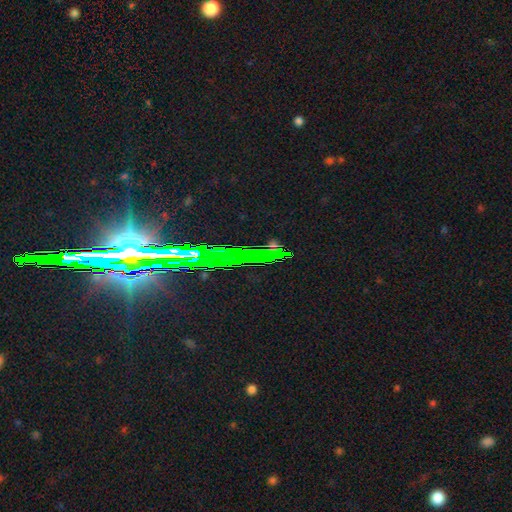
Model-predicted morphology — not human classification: Q: Smooth or featured?
A: star or artifact (72%); runner-up: featured or disk (15%)